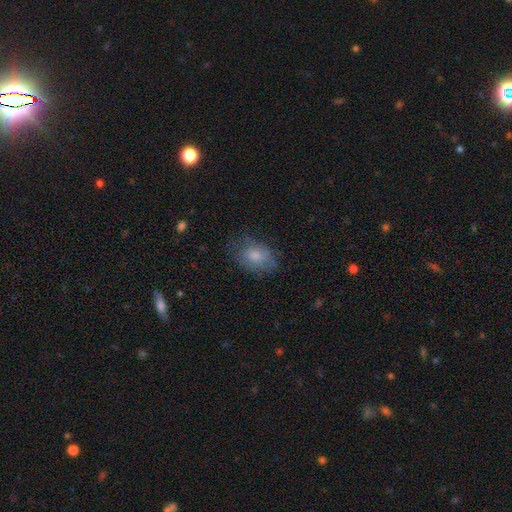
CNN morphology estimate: type=smooth (70%); roundness=in between (79%); merging=none (62%).